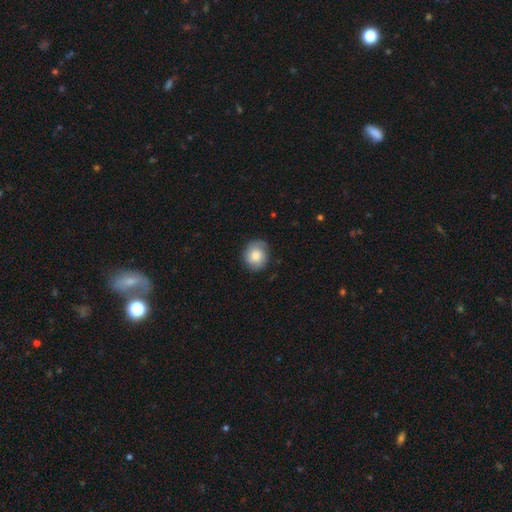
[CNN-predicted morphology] A smooth galaxy with no disk features (73%) that is round (78%). Merging: none (78%).